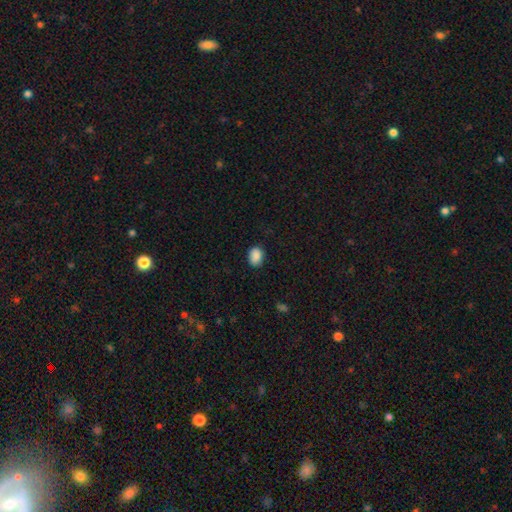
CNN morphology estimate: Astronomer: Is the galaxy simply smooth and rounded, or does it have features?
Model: smooth — 89%.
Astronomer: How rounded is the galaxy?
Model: in between — 69%.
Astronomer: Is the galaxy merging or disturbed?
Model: none — 84%.